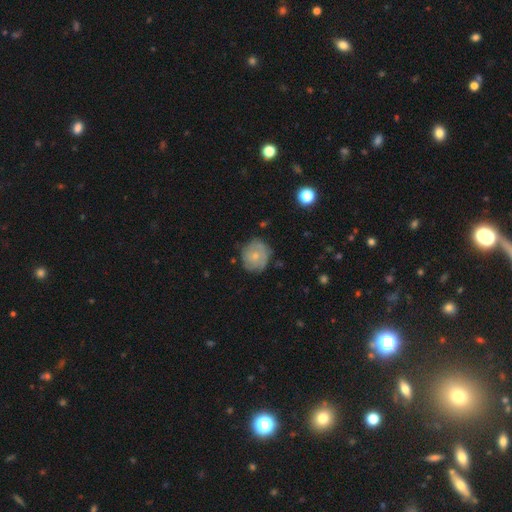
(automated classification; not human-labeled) Smooth or featured: featured or disk — 55% (smooth — 39%)
Edge-on disk: no — 97% (yes — 3%)
Bar: no — 84% (weak — 14%)
Spiral arms: yes — 78% (no — 22%)
Bulge size: small — 66% (moderate — 28%)
Merging: none — 72% (minor disturbance — 21%)